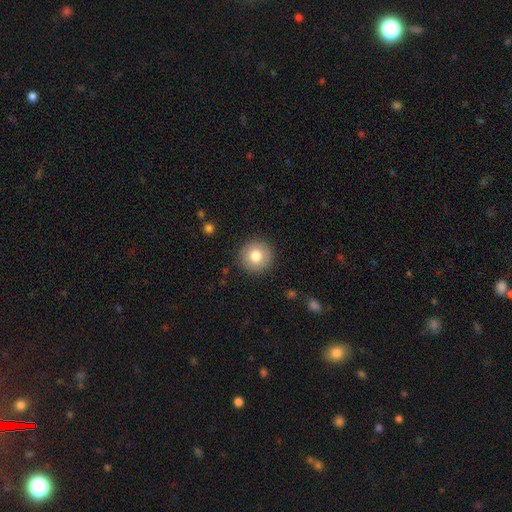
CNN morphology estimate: smooth_or_featured: smooth (p=0.79) [alt: featured or disk p=0.12]
how_rounded: round (p=0.95) [alt: in between p=0.04]
merging: none (p=0.91) [alt: minor disturbance p=0.06]